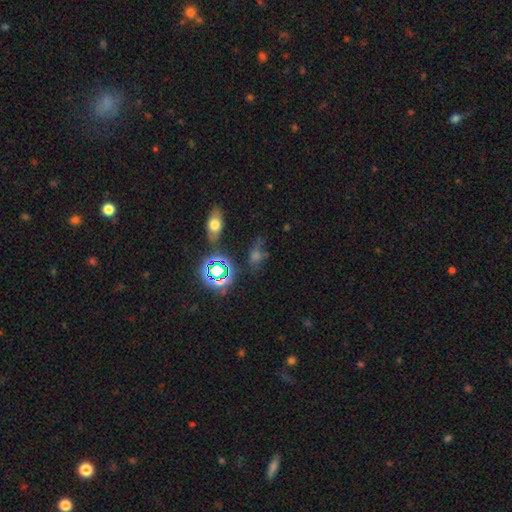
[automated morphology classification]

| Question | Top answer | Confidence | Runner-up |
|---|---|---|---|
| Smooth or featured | star or artifact | 51% | smooth (30%) |